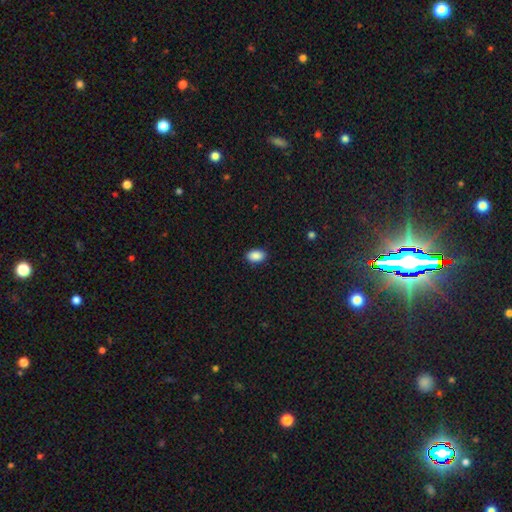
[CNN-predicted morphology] Smooth or featured? Predicted: smooth (p=0.89). How rounded? Predicted: in between (p=0.89). Merging? Predicted: none (p=0.88).